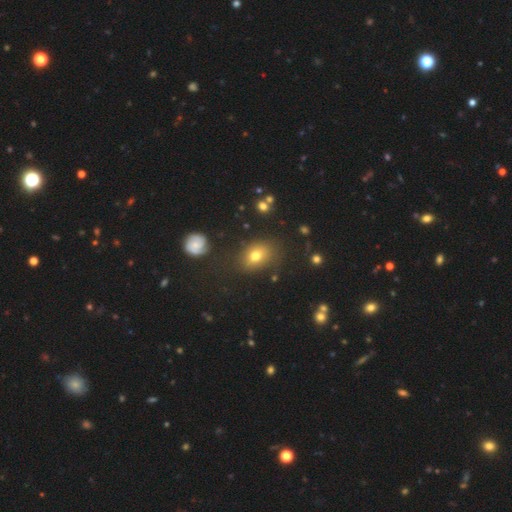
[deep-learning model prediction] Smooth or featured?
  - smooth: 72% *
  - featured or disk: 15%
  - star or artifact: 13%
How rounded?
  - in between: 71% *
  - round: 28%
  - cigar-shaped: 2%
Merging?
  - none: 77% *
  - minor disturbance: 15%
  - major disturbance: 5%
  - merger: 3%